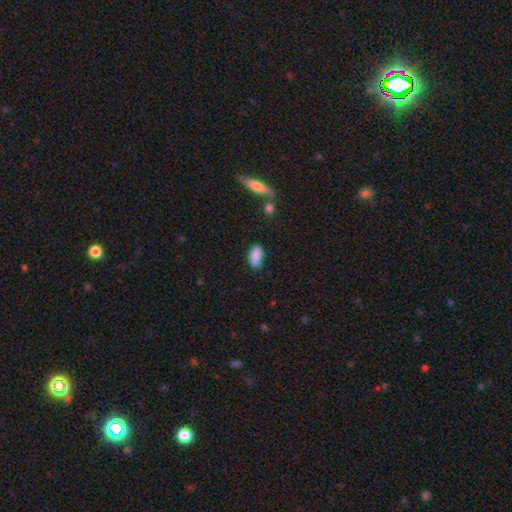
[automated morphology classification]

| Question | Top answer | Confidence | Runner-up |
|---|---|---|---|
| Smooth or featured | smooth | 86% | star or artifact (8%) |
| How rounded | in between | 89% | cigar-shaped (8%) |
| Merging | none | 70% | minor disturbance (21%) |